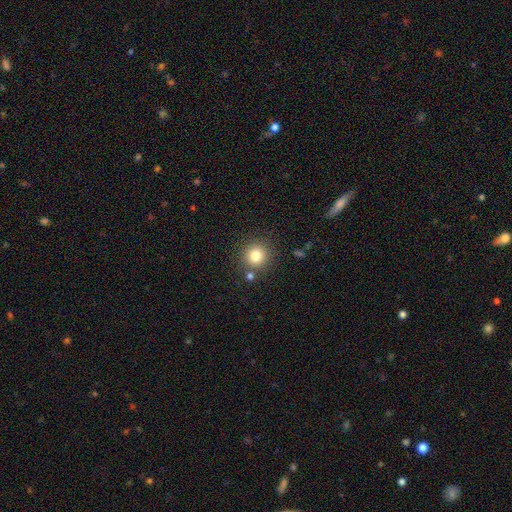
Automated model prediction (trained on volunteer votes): Q: Smooth or featured?
A: smooth (80%); runner-up: star or artifact (12%)
Q: How rounded?
A: round (93%); runner-up: in between (6%)
Q: Merging?
A: none (82%); runner-up: minor disturbance (8%)